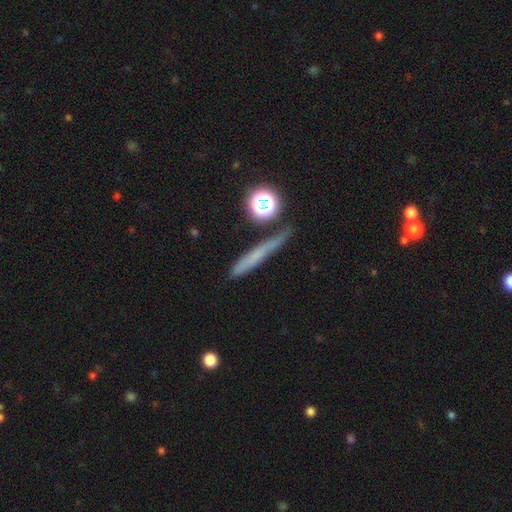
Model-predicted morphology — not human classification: Smooth or featured: smooth — 55% (featured or disk — 27%)
How rounded: cigar-shaped — 79% (round — 13%)
Merging: none — 75% (minor disturbance — 15%)